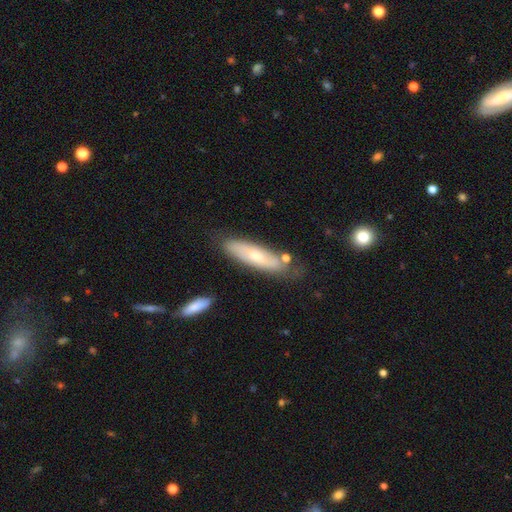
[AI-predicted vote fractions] This appears to be a smooth galaxy with no disk features (48%). Merging: none (69%).